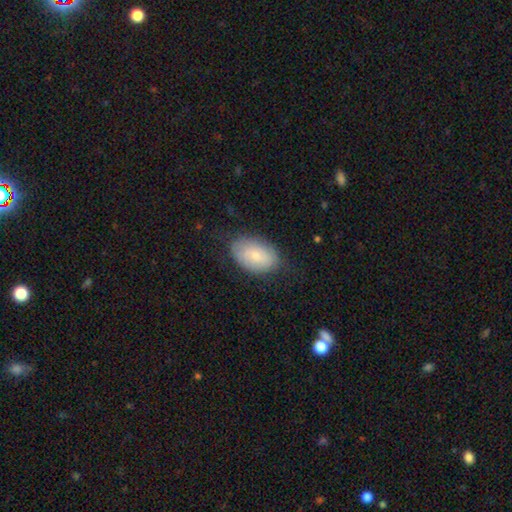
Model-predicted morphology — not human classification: Smooth or featured? Predicted: smooth (p=0.71). How rounded? Predicted: in between (p=0.91). Merging? Predicted: none (p=0.73).